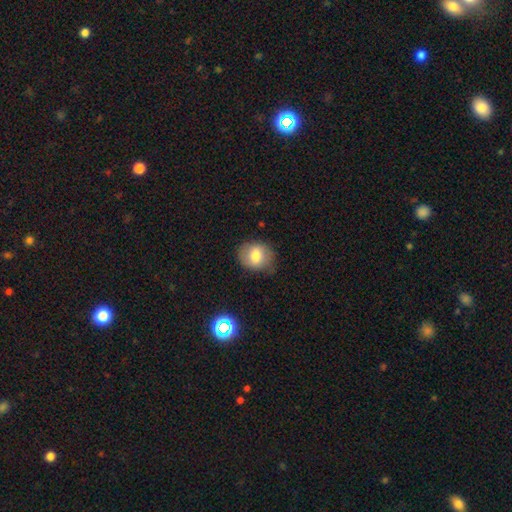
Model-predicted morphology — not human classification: A smooth galaxy with no disk features (74%) that is round (59%). Merging: none (72%).